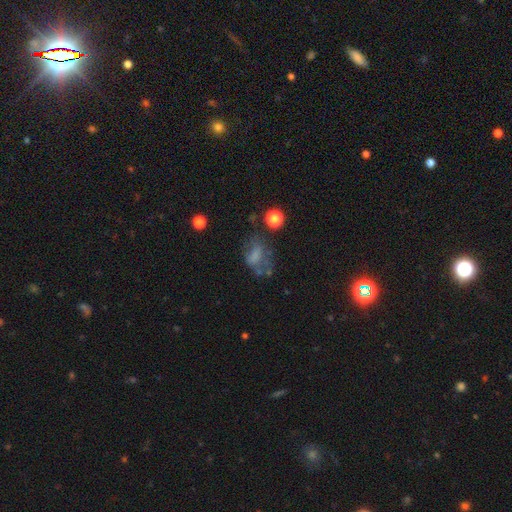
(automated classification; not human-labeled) This appears to be a smooth galaxy with no disk features (51%) that is in between round and cigar-shaped (73%). Merging: none (38%).